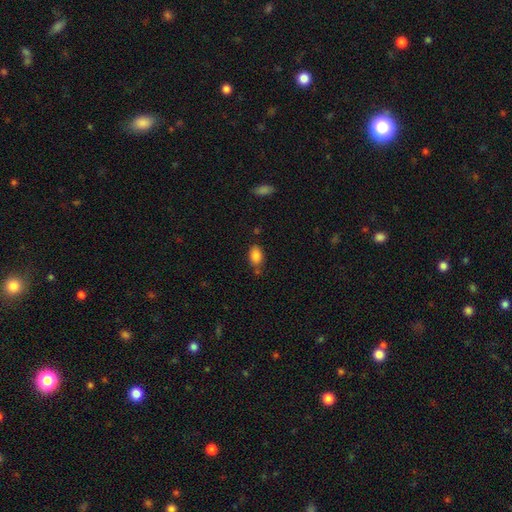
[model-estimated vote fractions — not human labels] Overall: smooth (86%). How rounded: in between (88%). Merging: none (65%).